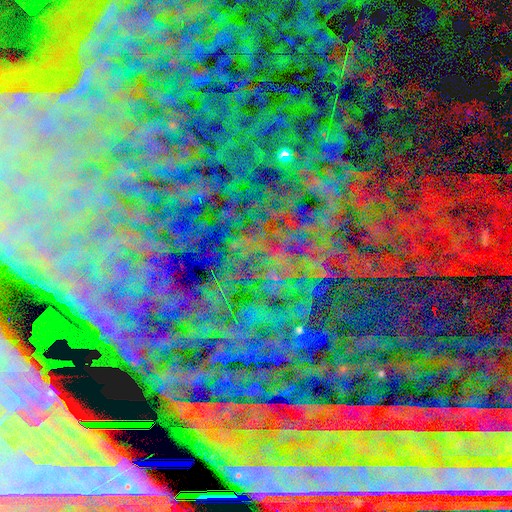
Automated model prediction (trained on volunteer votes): This appears to be a star or artifact, not a galaxy (87%).